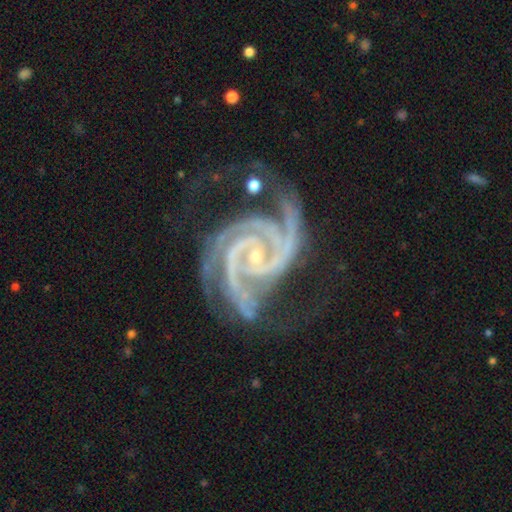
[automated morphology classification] Overall: featured or disk (94%). Edge-on disk: no (98%). Bar: no (47%; weak 31%). Spiral arms: yes (99%). Spiral arm count: 3 (44%; 2 28%). Spiral winding: tight (62%; medium 34%). Bulge size: small (80%). Merging: none (55%; minor disturbance 24%).